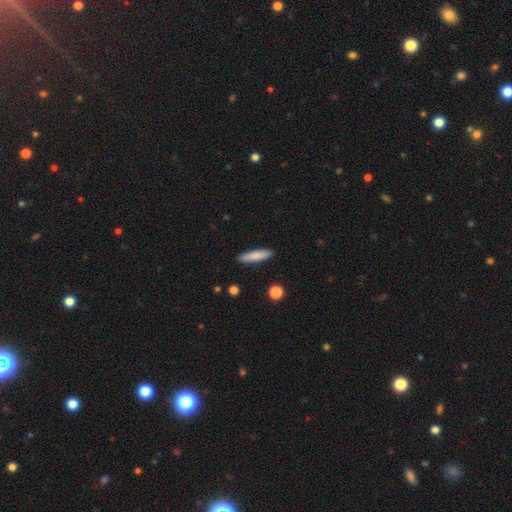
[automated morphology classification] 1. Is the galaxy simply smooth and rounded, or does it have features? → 82% smooth, 11% featured or disk, 6% star or artifact.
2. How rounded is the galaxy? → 75% cigar-shaped, 24% in between, 2% round.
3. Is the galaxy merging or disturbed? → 89% none, 8% minor disturbance, 2% major disturbance, 1% merger.